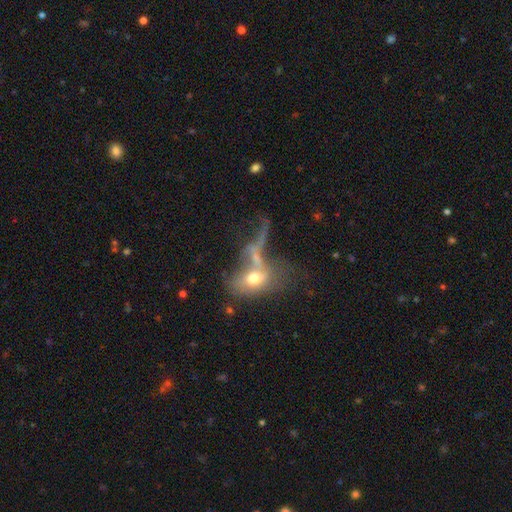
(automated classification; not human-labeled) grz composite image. It shows a smooth galaxy with no disk features (50%). Merging: merger (47%).